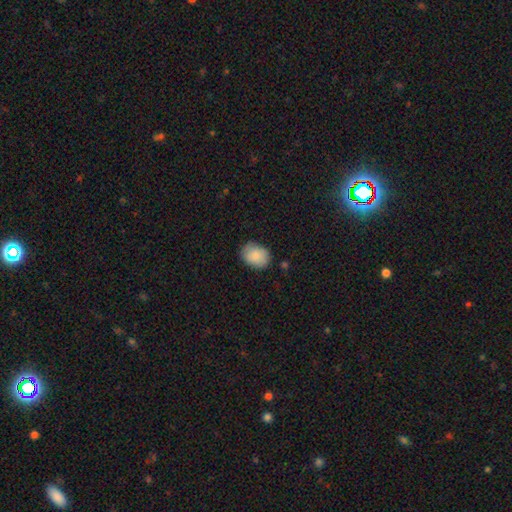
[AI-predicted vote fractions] A smooth galaxy with no disk features (86%) that is in between round and cigar-shaped (66%). Merging: none (78%).